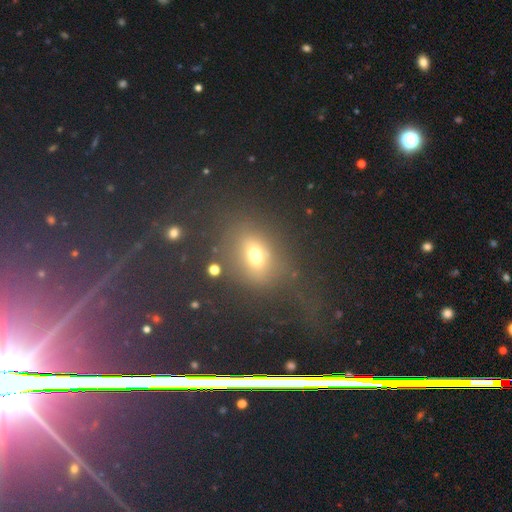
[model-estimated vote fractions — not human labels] Smooth or featured? Predicted: smooth (p=0.66). How rounded? Predicted: in between (p=0.60). Merging? Predicted: none (p=0.63).